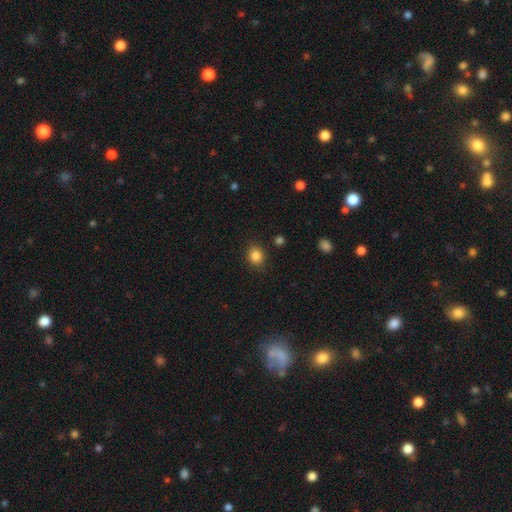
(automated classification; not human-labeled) Overall: smooth (85%). How rounded: round (69%; in between 30%). Merging: none (86%).